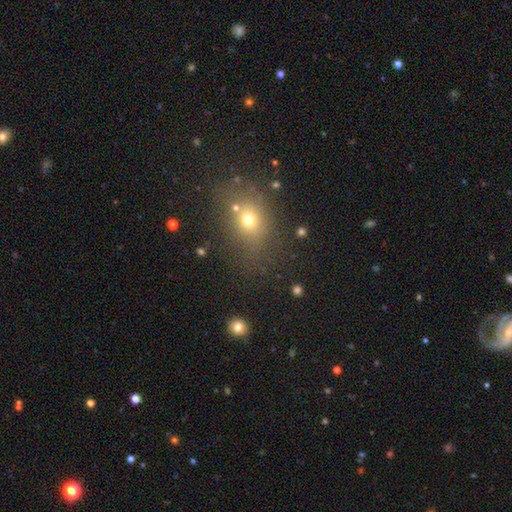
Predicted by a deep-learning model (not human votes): Smooth or featured? smooth (57%)
How rounded? in between (50%)
Merging? none (78%)